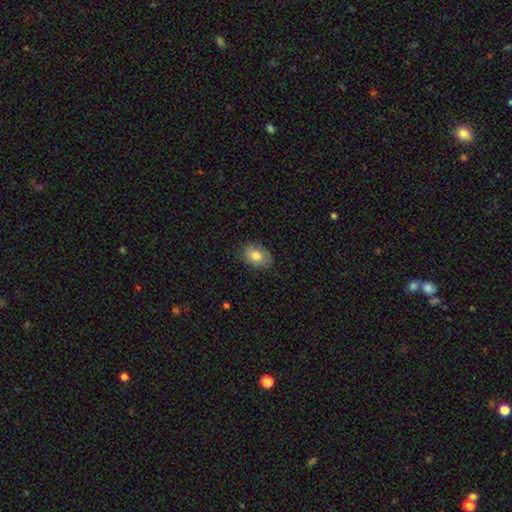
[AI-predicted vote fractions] Smooth or featured? Predicted: smooth (p=0.80). How rounded? Predicted: in between (p=0.78). Merging? Predicted: none (p=0.80).